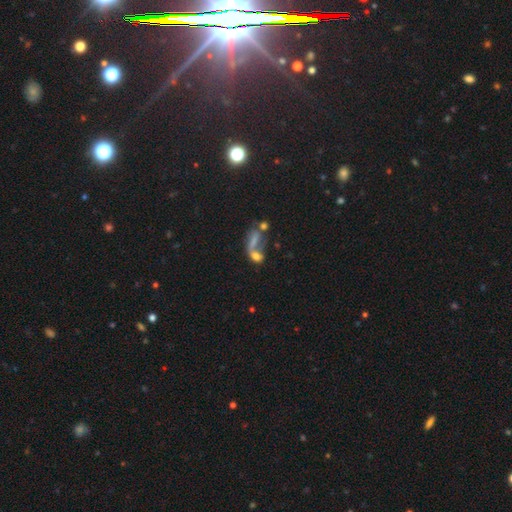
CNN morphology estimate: smooth-or-featured: smooth: 49% | featured or disk: 35% | star or artifact: 16%
  merging: merger: 49% | major disturbance: 22% | none: 19% | minor disturbance: 9%